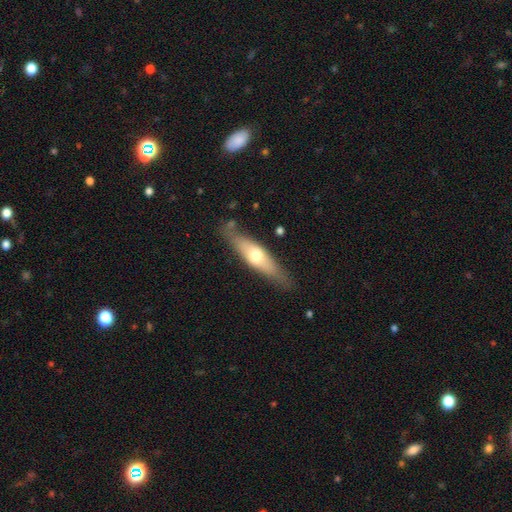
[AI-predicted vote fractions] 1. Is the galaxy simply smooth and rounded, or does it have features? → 51% smooth, 43% featured or disk, 5% star or artifact.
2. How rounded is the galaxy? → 66% cigar-shaped, 32% in between, 2% round.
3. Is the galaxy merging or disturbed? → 77% none, 16% minor disturbance, 4% major disturbance, 3% merger.